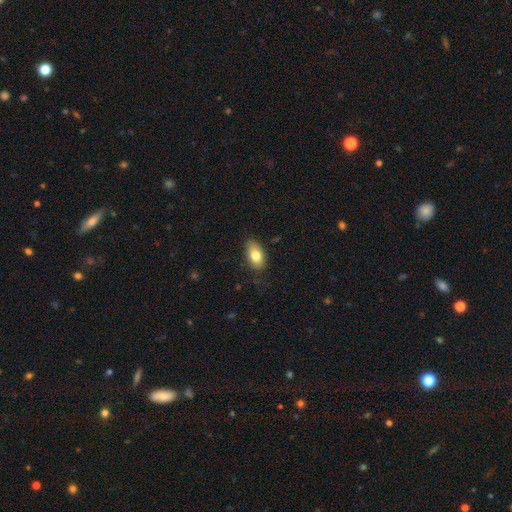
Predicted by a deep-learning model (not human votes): A smooth galaxy with no disk features (79%) that is in between round and cigar-shaped (91%). Merging: none (74%).